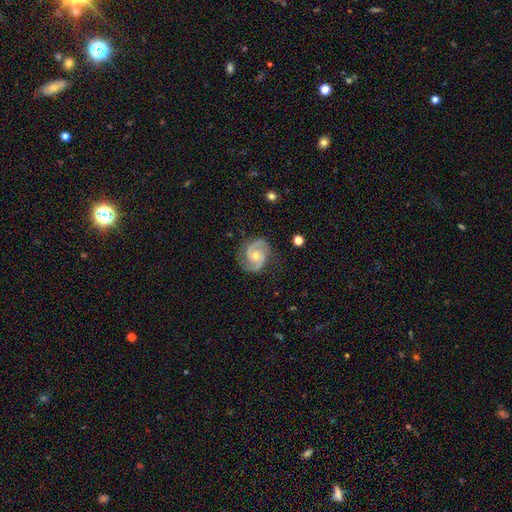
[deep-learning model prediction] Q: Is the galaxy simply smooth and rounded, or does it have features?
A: featured or disk — 90%.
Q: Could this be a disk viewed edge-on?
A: no — 98%.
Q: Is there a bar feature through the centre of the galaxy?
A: no — 64%.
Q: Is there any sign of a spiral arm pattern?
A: yes — 98%.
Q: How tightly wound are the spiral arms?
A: medium — 52%.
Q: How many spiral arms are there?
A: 2 — 93%.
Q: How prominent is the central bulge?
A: moderate — 54%.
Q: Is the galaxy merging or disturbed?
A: none — 82%.